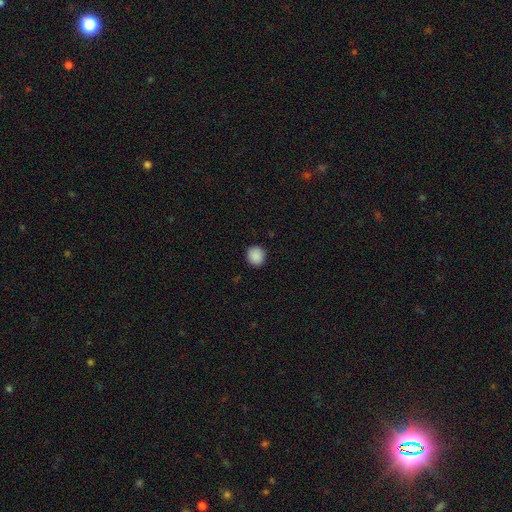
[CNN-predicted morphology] The model was most divided on "how rounded": round: 89%, in between: 10%, cigar-shaped: 1%. More confident: merging — none (91%); smooth or featured — smooth (89%).